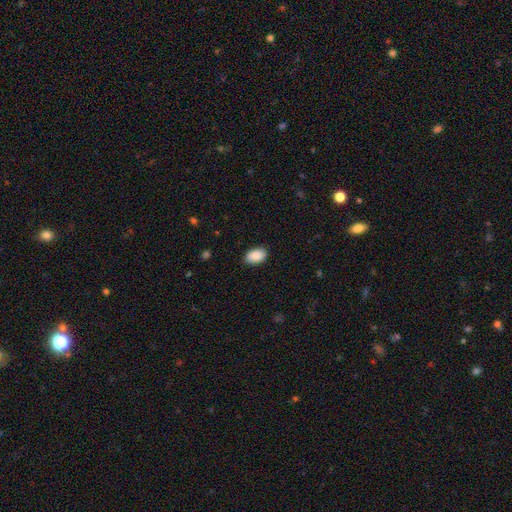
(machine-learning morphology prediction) smooth-or-featured: smooth: 90% | star or artifact: 7% | featured or disk: 4%
  how-rounded: in between: 93% | round: 6% | cigar-shaped: 1%
  merging: none: 88% | minor disturbance: 9% | major disturbance: 2% | merger: 1%